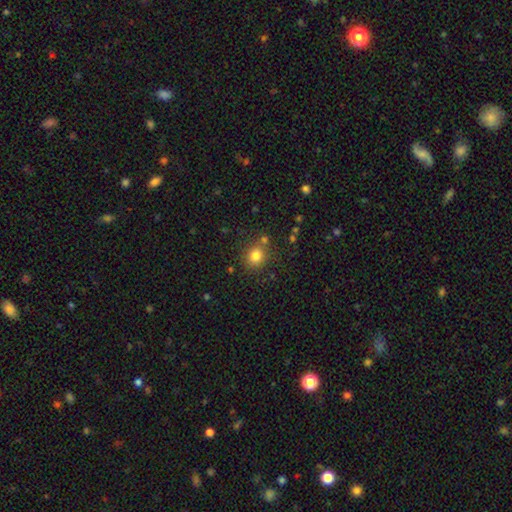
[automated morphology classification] Smooth or featured? smooth (79%)
How rounded? round (83%)
Merging? none (76%)